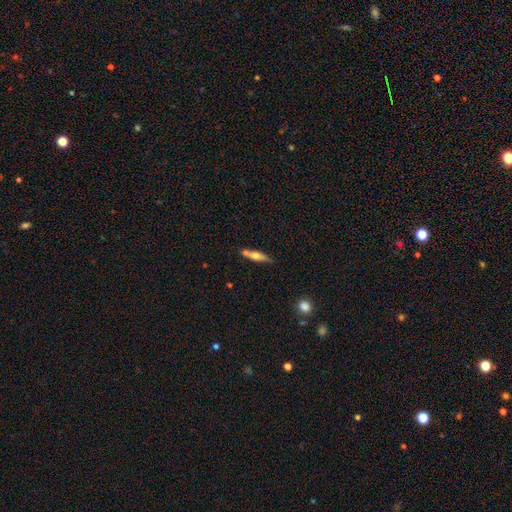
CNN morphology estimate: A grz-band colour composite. It shows a smooth galaxy with no disk features (51%) that is cigar-shaped (72%). Merging: none (62%).